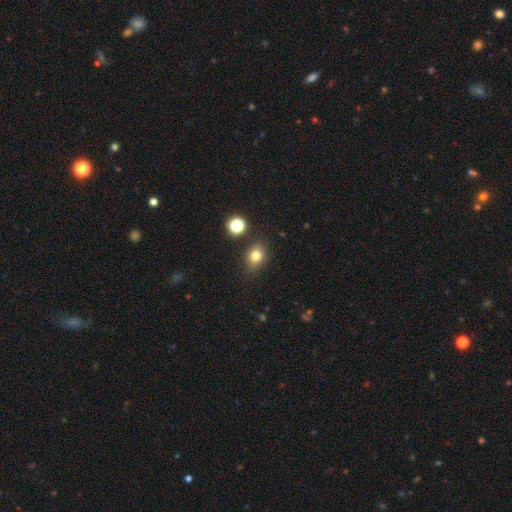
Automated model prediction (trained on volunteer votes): smooth_or_featured: smooth (p=0.78) [alt: star or artifact p=0.13]
how_rounded: in between (p=0.61) [alt: round p=0.38]
merging: none (p=0.82) [alt: minor disturbance p=0.11]